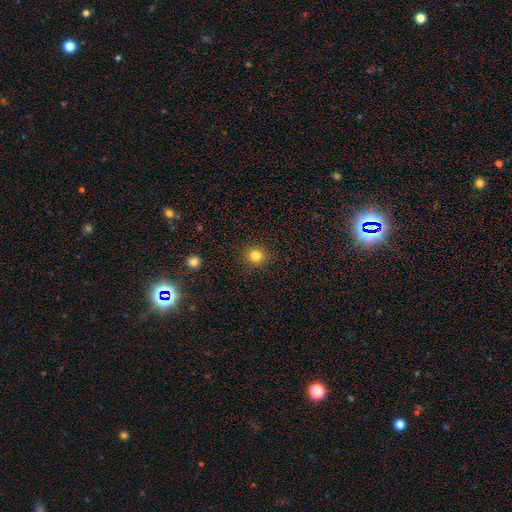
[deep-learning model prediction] A smooth galaxy with no disk features (83%) that is round (90%).

Vote fractions:
- Smooth or featured? smooth: 83% / star or artifact: 12% / featured or disk: 5%
- How rounded? round: 90% / in between: 10% / cigar-shaped: 1%
- Merging? none: 90% / minor disturbance: 6% / major disturbance: 2% / merger: 1%